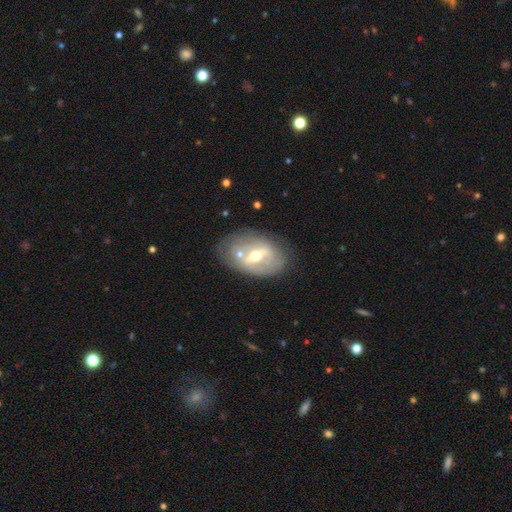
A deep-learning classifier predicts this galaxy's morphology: Q: Smooth or featured?
A: featured or disk (73%); runner-up: smooth (20%)
Q: Edge-on disk?
A: no (91%); runner-up: yes (9%)
Q: Bar?
A: strong (48%); runner-up: weak (38%)
Q: Spiral arms?
A: no (55%); runner-up: yes (45%)
Q: Bulge size?
A: moderate (70%); runner-up: small (23%)
Q: Merging?
A: none (66%); runner-up: minor disturbance (18%)